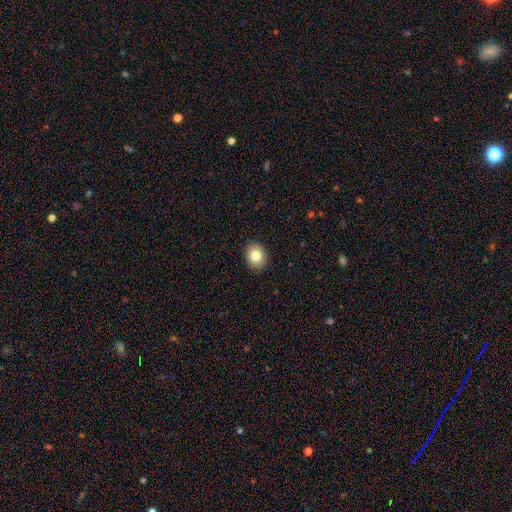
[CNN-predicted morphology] Smooth or featured? smooth (82%)
How rounded? round (50%, tied with in between)
Merging? none (90%)